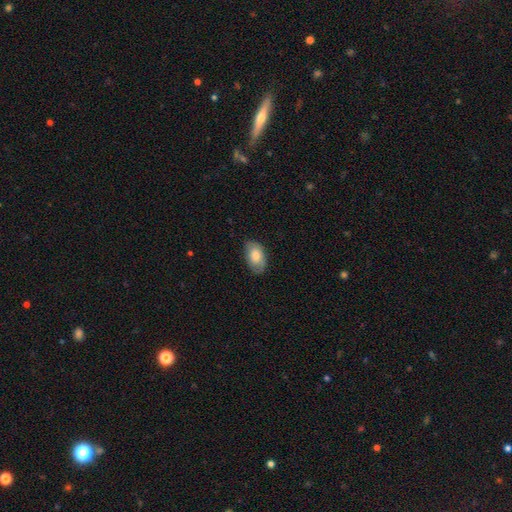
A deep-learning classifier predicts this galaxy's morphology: A smooth galaxy with no disk features (73%) that is in between round and cigar-shaped (93%). Merging: none (75%).